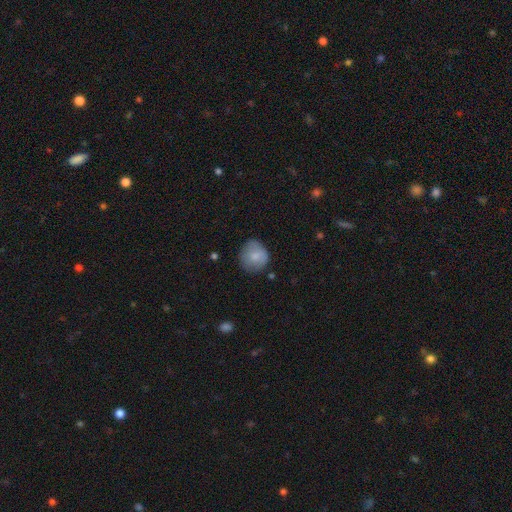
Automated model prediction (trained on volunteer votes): Smooth or featured?
  - smooth: 79% *
  - featured or disk: 14%
  - star or artifact: 7%
How rounded?
  - round: 85% *
  - in between: 14%
  - cigar-shaped: 1%
Merging?
  - none: 69% *
  - minor disturbance: 24%
  - major disturbance: 6%
  - merger: 2%